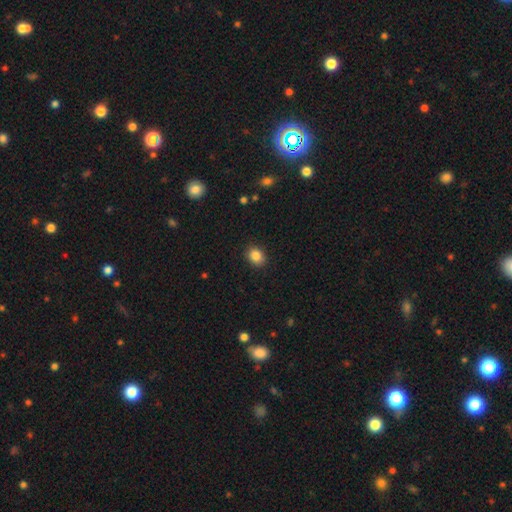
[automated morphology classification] Smooth or featured: smooth — 86% (star or artifact — 9%)
How rounded: in between — 54% (round — 45%)
Merging: none — 89% (minor disturbance — 8%)